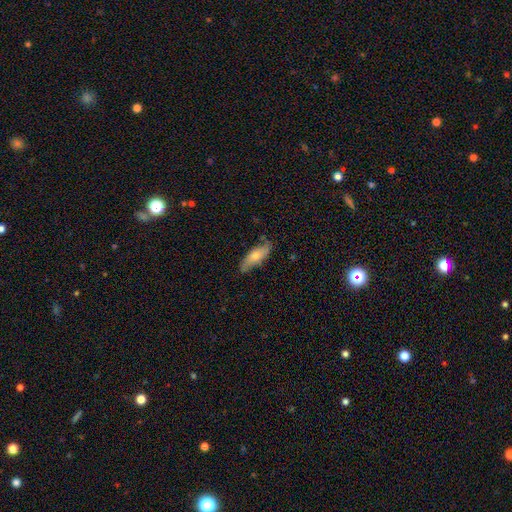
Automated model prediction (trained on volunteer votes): This appears to be a smooth galaxy with no disk features (52%) that is in between round and cigar-shaped (54%). Merging: none (77%).